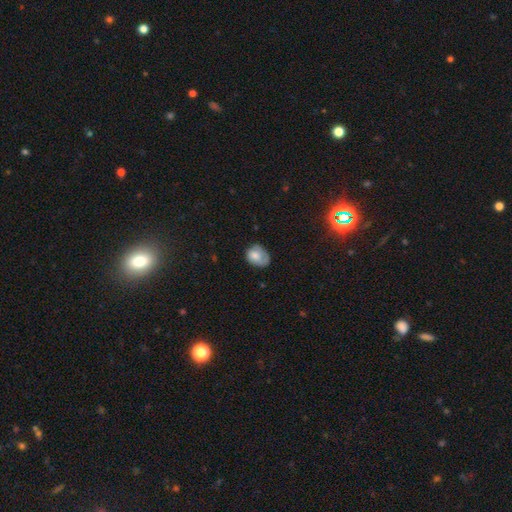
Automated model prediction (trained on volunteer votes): smooth-or-featured: smooth: 67% | featured or disk: 25% | star or artifact: 8%
  how-rounded: in between: 56% | round: 43% | cigar-shaped: 1%
  merging: none: 48% | minor disturbance: 34% | major disturbance: 15% | merger: 2%